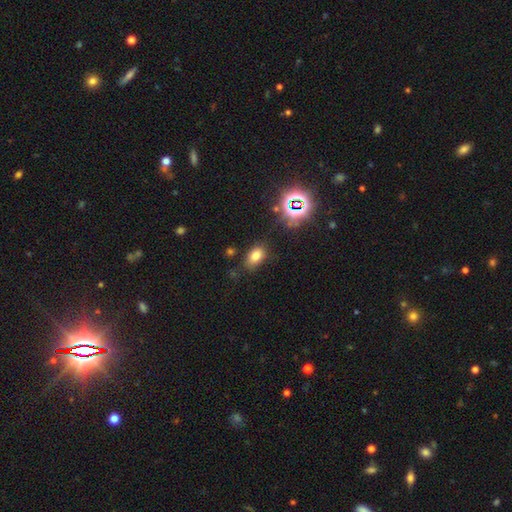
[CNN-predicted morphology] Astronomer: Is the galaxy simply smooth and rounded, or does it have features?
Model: smooth — 73%.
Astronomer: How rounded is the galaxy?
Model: in between — 84%.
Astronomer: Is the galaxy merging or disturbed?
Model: none — 76%.